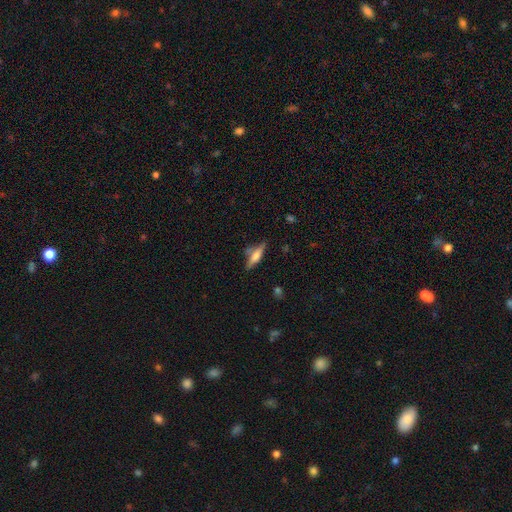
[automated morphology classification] A smooth galaxy with no disk features (48%).

Vote fractions:
- Smooth or featured? smooth: 48% / featured or disk: 44% / star or artifact: 8%
- Merging? none: 68% / minor disturbance: 19% / merger: 7% / major disturbance: 6%